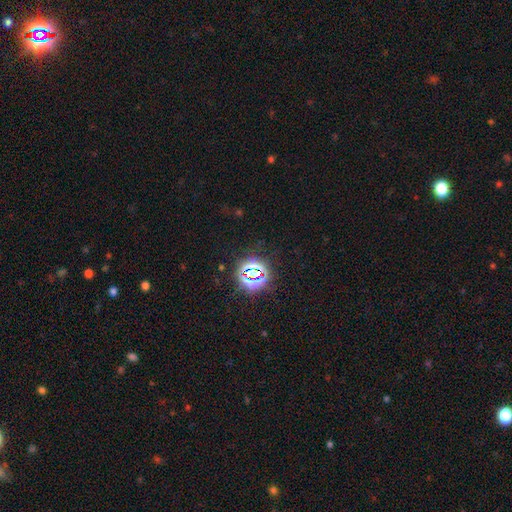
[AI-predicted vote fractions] Morphology: type=star or artifact (82%).